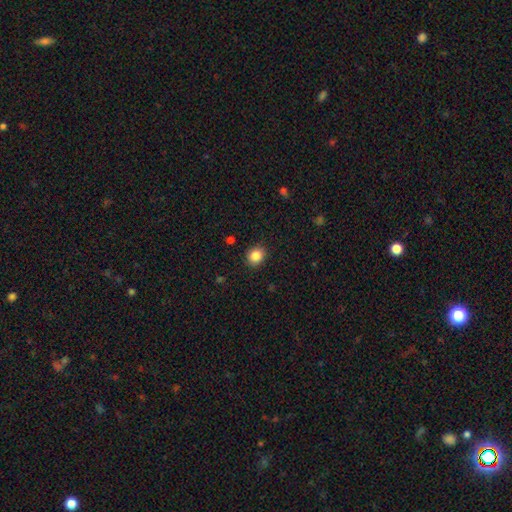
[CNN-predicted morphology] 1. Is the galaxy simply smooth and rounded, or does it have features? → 86% smooth, 10% star or artifact, 4% featured or disk.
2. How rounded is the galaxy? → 71% round, 28% in between, 1% cigar-shaped.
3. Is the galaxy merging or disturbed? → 90% none, 7% minor disturbance, 2% major disturbance, 1% merger.